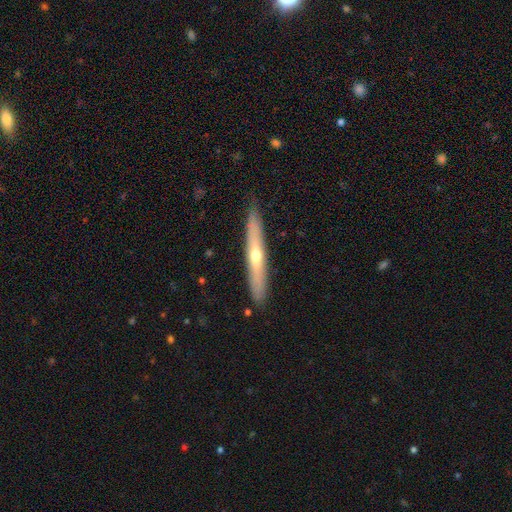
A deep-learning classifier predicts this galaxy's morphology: Smooth or featured?
  - featured or disk: 54% *
  - smooth: 40%
  - star or artifact: 6%
Edge-on disk?
  - yes: 89% *
  - no: 11%
Merging?
  - none: 87% *
  - minor disturbance: 10%
  - major disturbance: 2%
  - merger: 1%